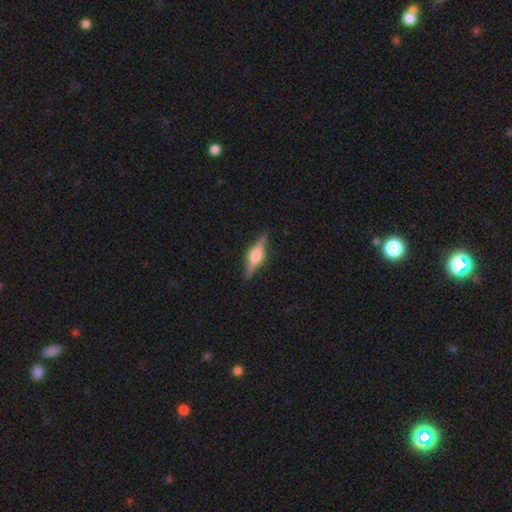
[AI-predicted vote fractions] The model was most divided on "smooth or featured": featured or disk: 76%, smooth: 17%, star or artifact: 6%. More confident: edge-on disk — yes (97%); merging — none (89%); edge-on bulge — rounded (84%).